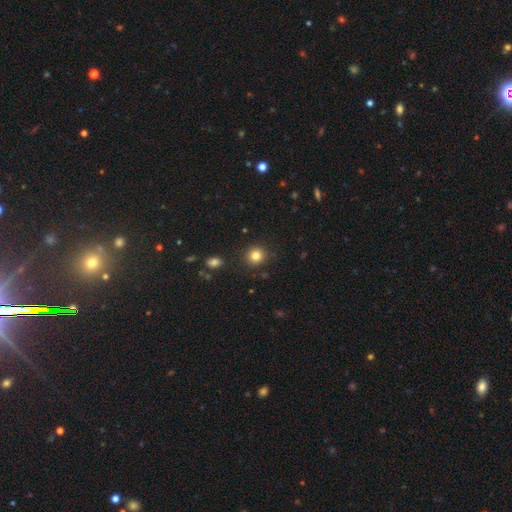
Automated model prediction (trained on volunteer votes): smooth-or-featured: smooth: 82% | star or artifact: 12% | featured or disk: 6%
  how-rounded: round: 90% | in between: 9% | cigar-shaped: 1%
  merging: none: 89% | minor disturbance: 7% | major disturbance: 2% | merger: 2%